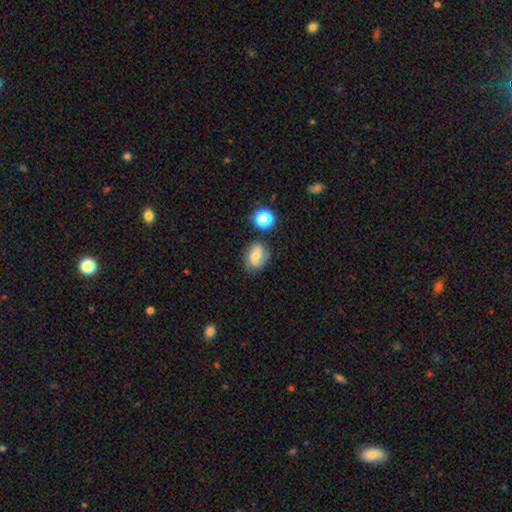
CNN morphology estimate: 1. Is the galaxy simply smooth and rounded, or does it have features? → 44% featured or disk (tied), 44% smooth (tied), 12% star or artifact.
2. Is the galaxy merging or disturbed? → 67% none, 21% minor disturbance, 7% major disturbance, 5% merger.